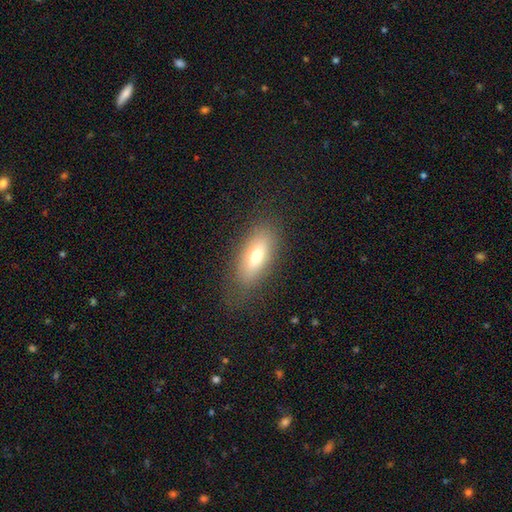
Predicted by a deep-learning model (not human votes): smooth_or_featured: smooth (p=0.69) [alt: featured or disk p=0.22]
how_rounded: in between (p=0.81) [alt: cigar-shaped p=0.15]
merging: none (p=0.77) [alt: minor disturbance p=0.16]